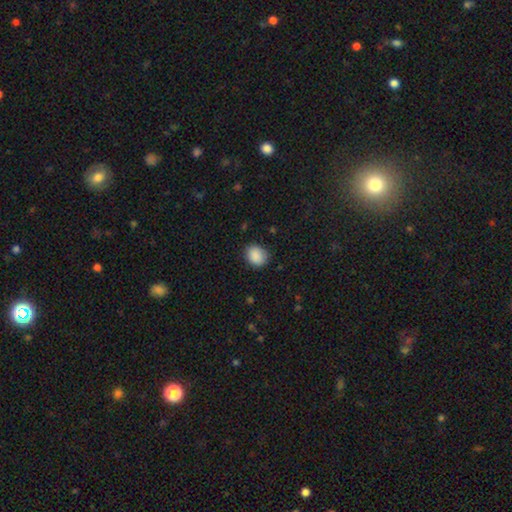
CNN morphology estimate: smooth_or_featured: smooth (p=0.89) [alt: star or artifact p=0.08]
how_rounded: round (p=0.54) [alt: in between p=0.45]
merging: none (p=0.82) [alt: minor disturbance p=0.14]